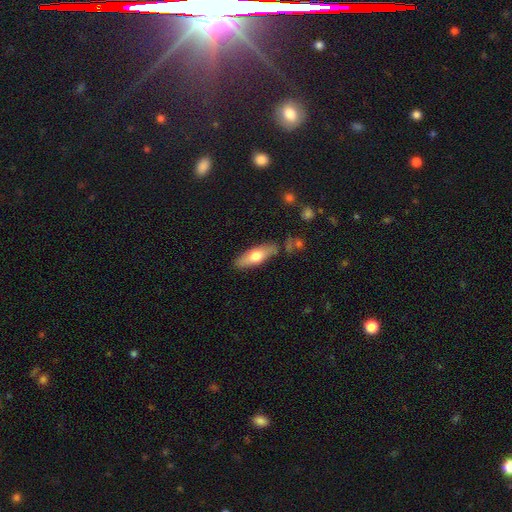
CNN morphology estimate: Overall: smooth (61%; featured or disk 33%). How rounded: in between (56%; cigar-shaped 41%). Merging: none (82%).